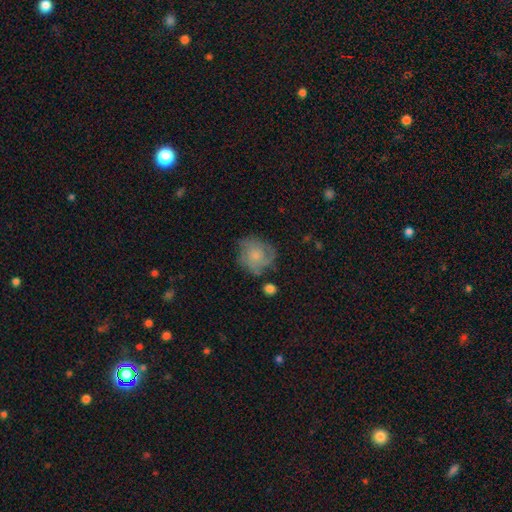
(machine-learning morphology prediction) Smooth or featured? smooth (48%)
Merging? none (60%)